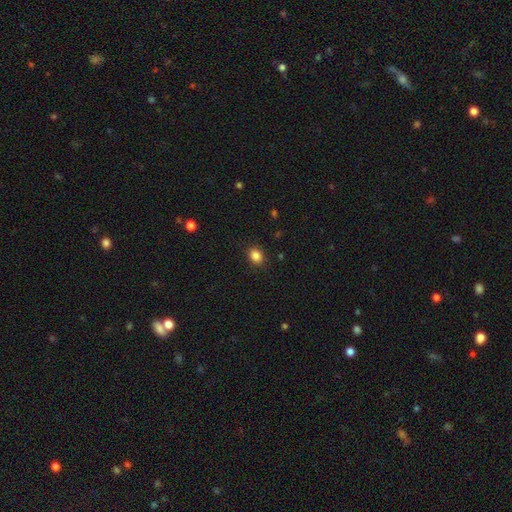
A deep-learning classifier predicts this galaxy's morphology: smooth_or_featured: smooth (p=0.86) [alt: star or artifact p=0.10]
how_rounded: in between (p=0.55) [alt: round p=0.44]
merging: none (p=0.88) [alt: minor disturbance p=0.08]